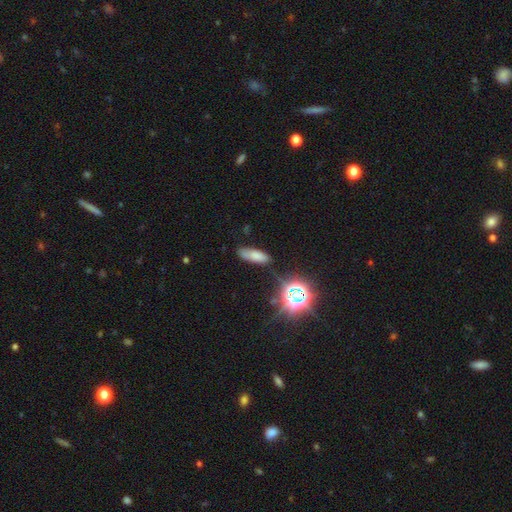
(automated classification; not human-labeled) This appears to be a smooth galaxy with no disk features (70%) that is in between round and cigar-shaped (62%). Merging: none (72%).